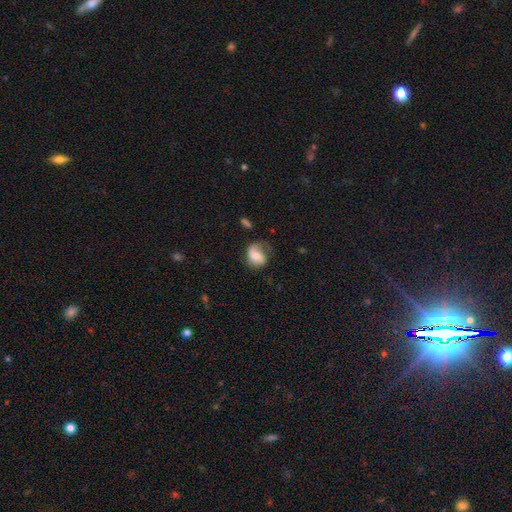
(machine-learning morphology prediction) smooth_or_featured: smooth (p=0.48) [alt: featured or disk p=0.44]
merging: none (p=0.45) [alt: minor disturbance p=0.29]